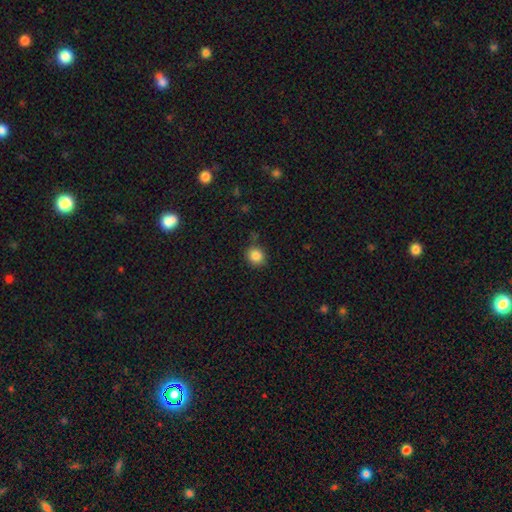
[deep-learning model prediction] smooth 85%, star or artifact 10%, featured or disk 4%. Down the decision tree: how rounded — round (76%); merging — none (80%).